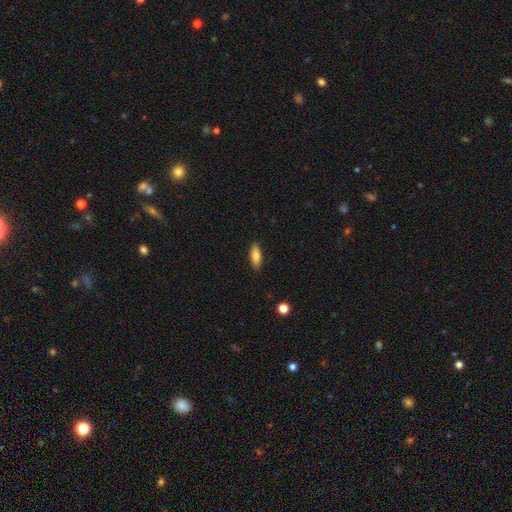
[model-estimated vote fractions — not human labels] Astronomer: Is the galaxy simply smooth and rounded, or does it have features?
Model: smooth — 79%.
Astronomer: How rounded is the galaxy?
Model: in between — 63%.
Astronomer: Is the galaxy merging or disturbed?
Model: none — 88%.